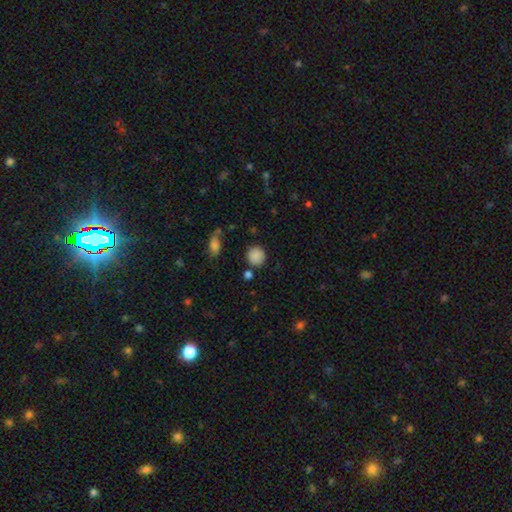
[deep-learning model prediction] Overall: smooth (86%). How rounded: round (88%). Merging: none (80%).